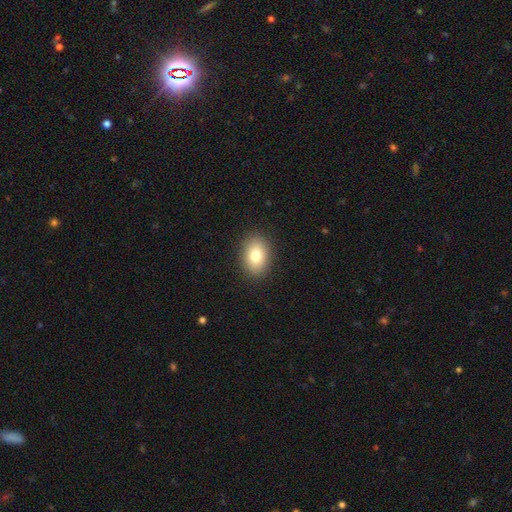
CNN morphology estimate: This appears to be a smooth galaxy with no disk features (80%) that is in between round and cigar-shaped (80%). Merging: none (89%).